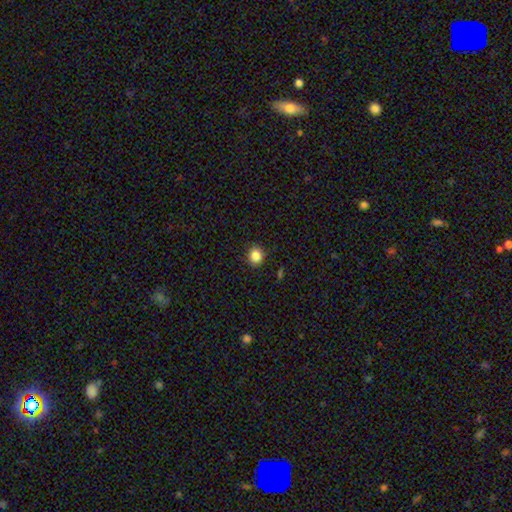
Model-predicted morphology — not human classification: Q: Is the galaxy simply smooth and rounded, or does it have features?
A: smooth — 85%.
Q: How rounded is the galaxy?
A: round — 81%.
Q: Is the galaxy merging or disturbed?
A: none — 90%.